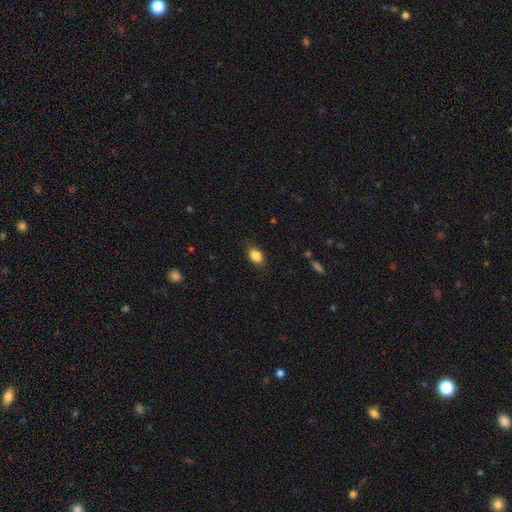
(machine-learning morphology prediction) Overall: smooth (85%). How rounded: in between (80%). Merging: none (81%).